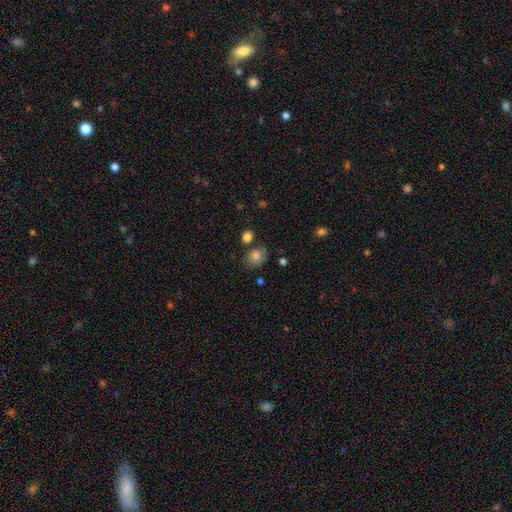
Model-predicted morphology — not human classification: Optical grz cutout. It shows a smooth galaxy with no disk features (77%) that is round (54%). Merging: none (62%).